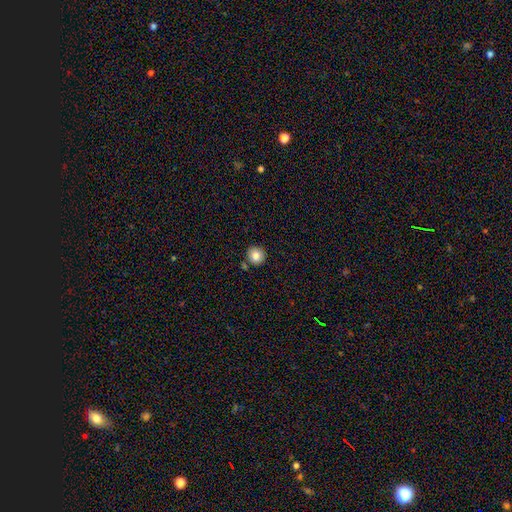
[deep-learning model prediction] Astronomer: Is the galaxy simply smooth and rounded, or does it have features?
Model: smooth — 83%.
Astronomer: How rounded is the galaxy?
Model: round — 92%.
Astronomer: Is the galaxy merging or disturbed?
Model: none — 85%.